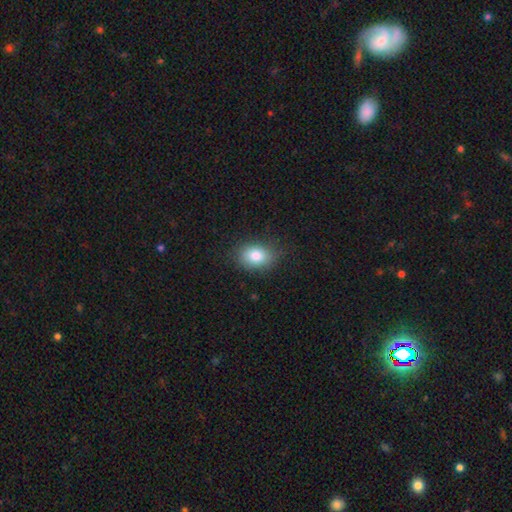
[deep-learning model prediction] smooth-or-featured: smooth: 83% | star or artifact: 9% | featured or disk: 8%
  how-rounded: in between: 70% | round: 29% | cigar-shaped: 1%
  merging: none: 80% | minor disturbance: 15% | major disturbance: 4% | merger: 1%